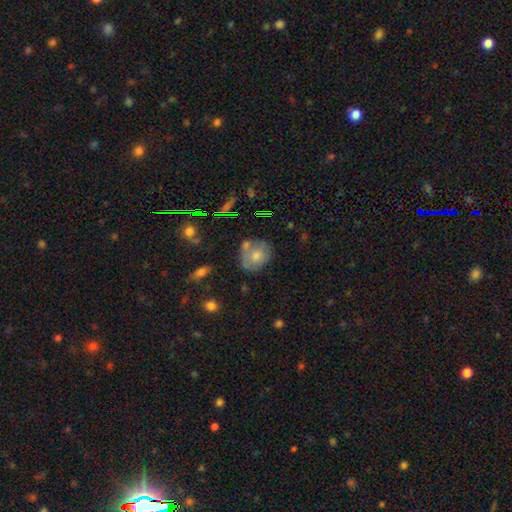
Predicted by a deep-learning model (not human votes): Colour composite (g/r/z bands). It shows a smooth galaxy with no disk features (65%) that is round (69%). Merging: none (53%).